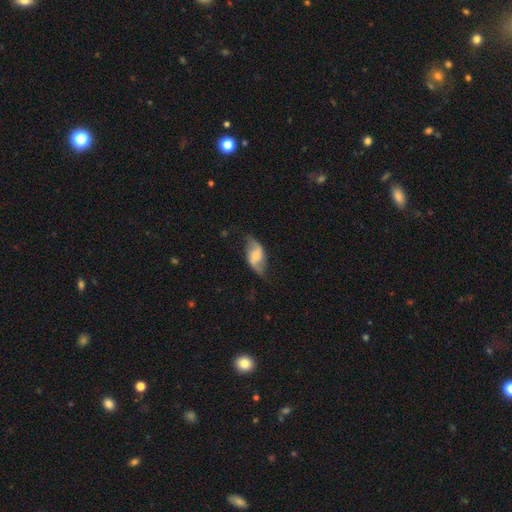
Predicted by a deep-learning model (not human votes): Overall: featured or disk (66%; smooth 27%). Edge-on disk: no (94%). Bar: no (42%; weak 41%). Spiral arms: yes (90%). Spiral arm count: 2 (90%). Spiral winding: loose (76%). Bulge size: moderate (41%; small 40%). Merging: none (69%).